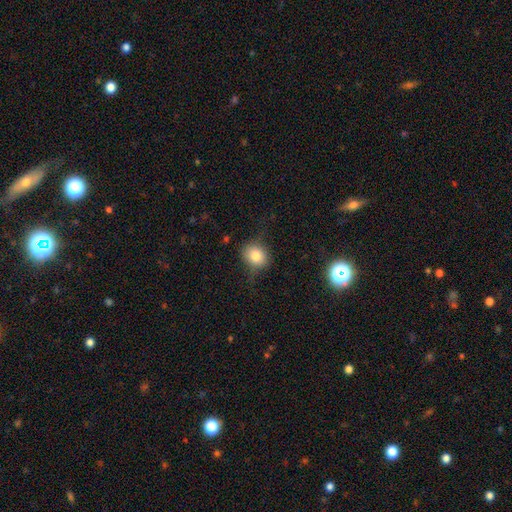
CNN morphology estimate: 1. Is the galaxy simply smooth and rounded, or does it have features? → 78% smooth, 12% featured or disk, 11% star or artifact.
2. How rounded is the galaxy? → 69% round, 30% in between, 1% cigar-shaped.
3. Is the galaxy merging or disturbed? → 70% none, 20% minor disturbance, 8% major disturbance, 1% merger.